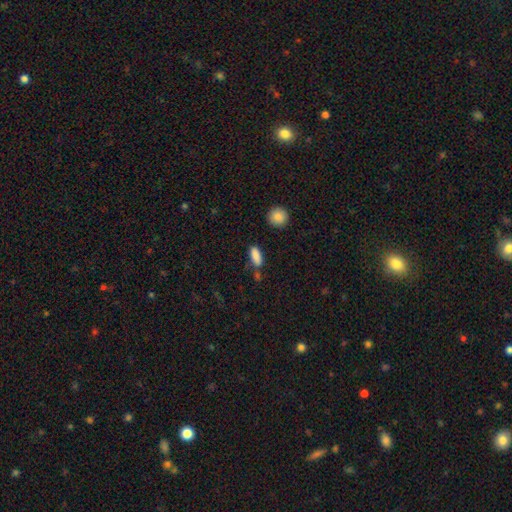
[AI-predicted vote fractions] This is clearly a smooth galaxy (87%). How rounded: likely in between (77%). Merging: likely none (71%).